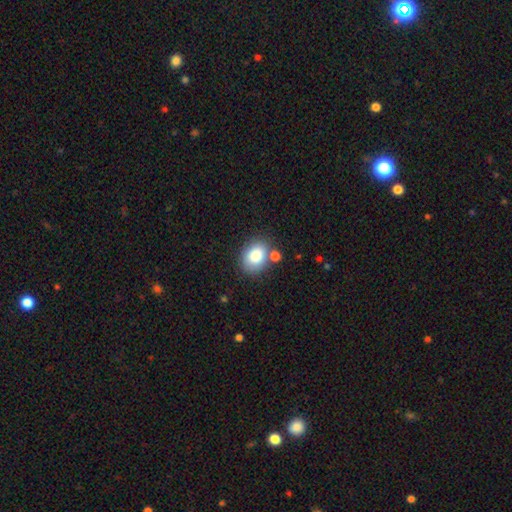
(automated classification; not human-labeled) Smooth or featured? Predicted: smooth (p=0.83). How rounded? Predicted: in between (p=0.57). Merging? Predicted: none (p=0.68).